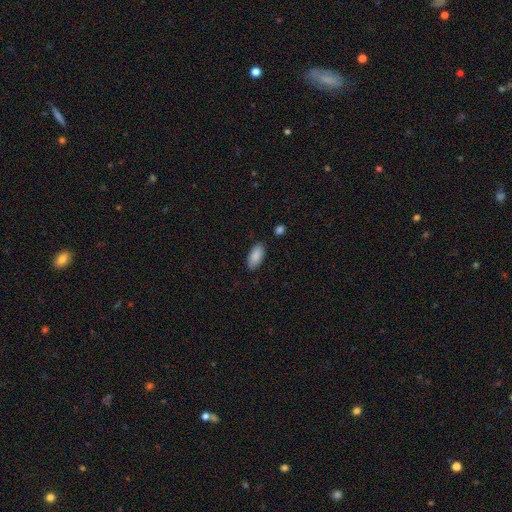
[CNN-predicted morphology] type=smooth (88%); roundness=in between (91%); merging=none (85%).